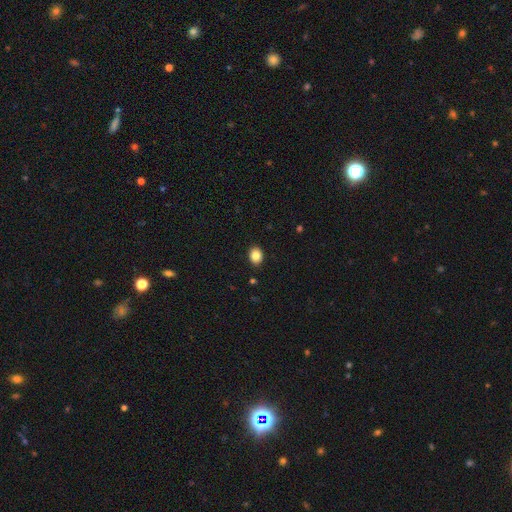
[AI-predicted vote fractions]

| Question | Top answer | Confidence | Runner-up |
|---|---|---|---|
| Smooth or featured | smooth | 85% | star or artifact (9%) |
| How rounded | in between | 54% | round (46%) |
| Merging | none | 90% | minor disturbance (7%) |